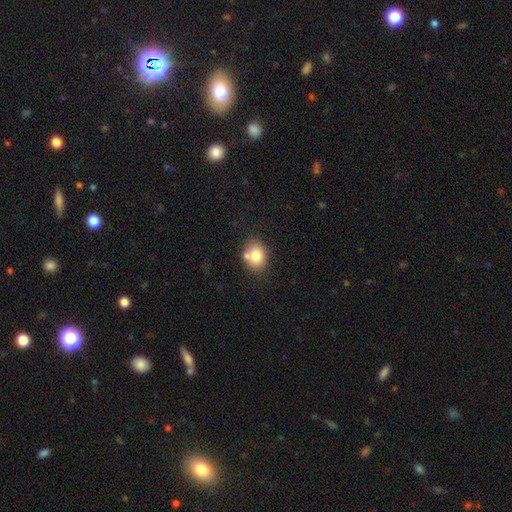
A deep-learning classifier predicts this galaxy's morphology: Smooth or featured?
  - smooth: 77% *
  - featured or disk: 13%
  - star or artifact: 9%
How rounded?
  - in between: 55% *
  - round: 44%
  - cigar-shaped: 1%
Merging?
  - none: 62% *
  - merger: 20%
  - minor disturbance: 14%
  - major disturbance: 4%